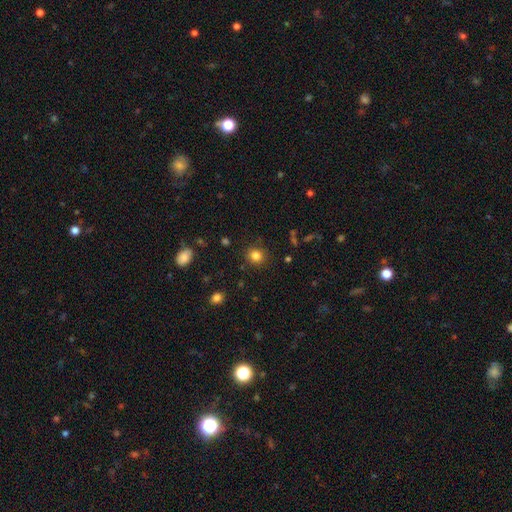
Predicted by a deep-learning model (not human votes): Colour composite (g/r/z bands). It shows a smooth galaxy with no disk features (82%) that is round (84%). Merging: none (87%).